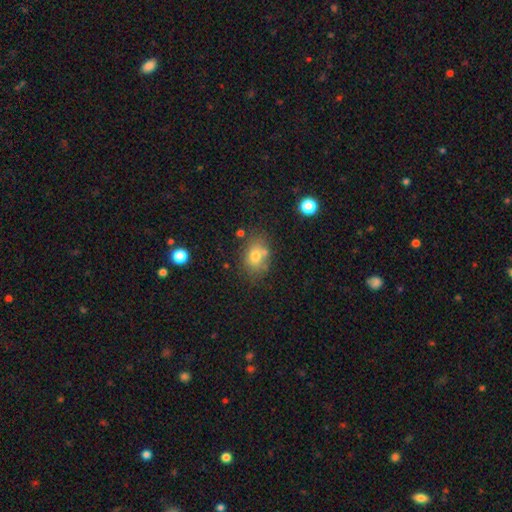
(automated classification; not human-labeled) Smooth or featured: smooth — 74% (featured or disk — 15%)
How rounded: in between — 69% (round — 30%)
Merging: none — 64% (minor disturbance — 17%)